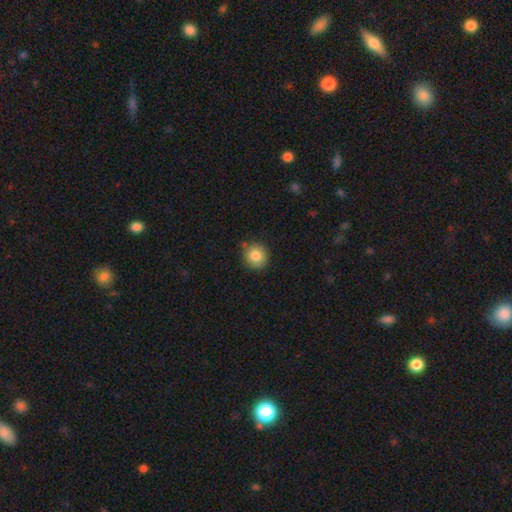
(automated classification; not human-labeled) Overall: smooth (83%). How rounded: round (90%). Merging: none (84%).